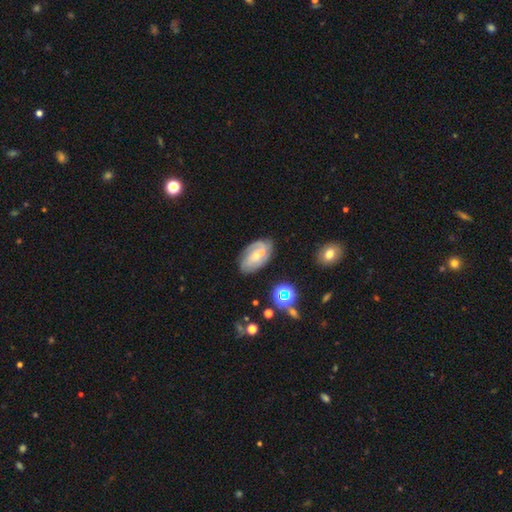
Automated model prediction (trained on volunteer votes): Smooth or featured? Predicted: featured or disk (p=0.59). Edge-on disk? Predicted: no (p=0.94). Bar? Predicted: no (p=0.58). Spiral arms? Predicted: yes (p=0.74). Bulge size? Predicted: small (p=0.58). Merging? Predicted: none (p=0.62).